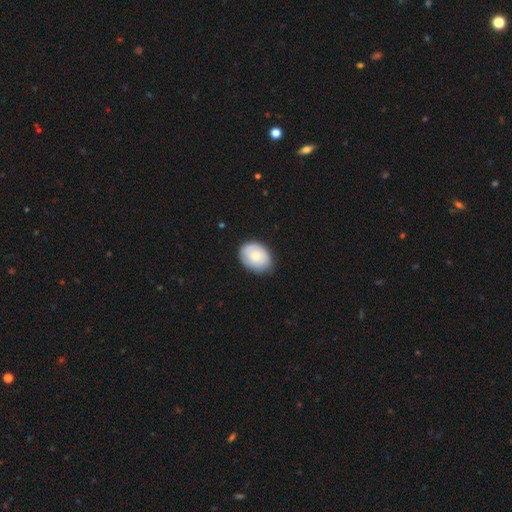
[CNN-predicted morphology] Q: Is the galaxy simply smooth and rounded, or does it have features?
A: smooth — 72%.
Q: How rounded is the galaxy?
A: in between — 66%.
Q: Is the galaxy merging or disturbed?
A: none — 79%.